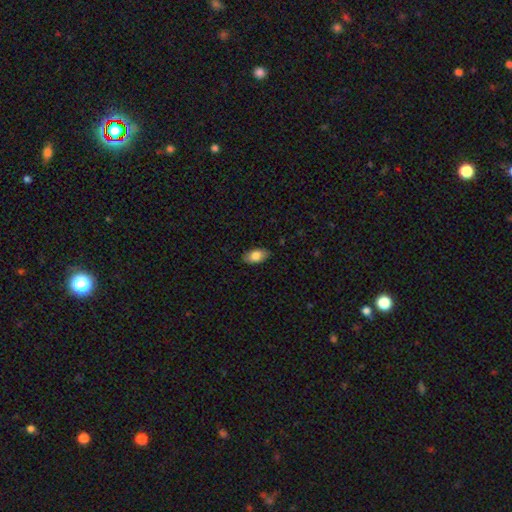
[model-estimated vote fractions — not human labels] A smooth galaxy with no disk features (80%) that is in between round and cigar-shaped (93%). Merging: none (84%).